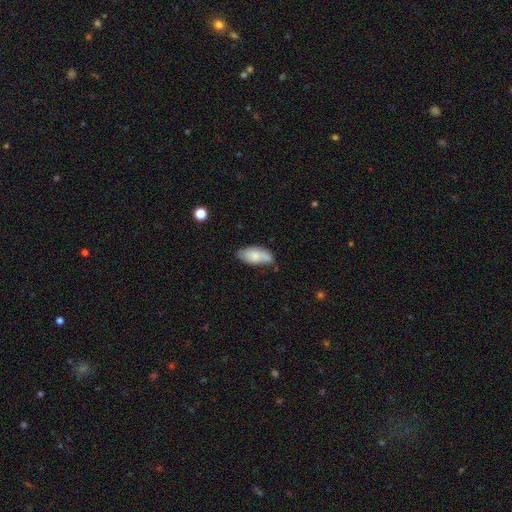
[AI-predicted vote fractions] Q: Smooth or featured?
A: smooth (64%); runner-up: featured or disk (29%)
Q: How rounded?
A: in between (88%); runner-up: cigar-shaped (9%)
Q: Merging?
A: none (56%); runner-up: minor disturbance (32%)